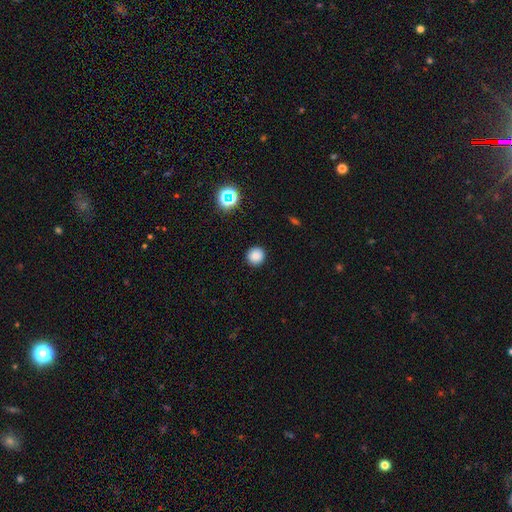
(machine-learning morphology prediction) The model was most divided on "smooth or featured": smooth: 85%, star or artifact: 12%, featured or disk: 3%. More confident: how rounded — round (95%); merging — none (92%).